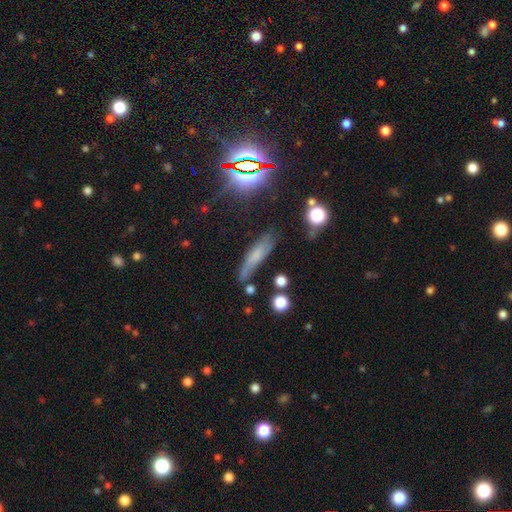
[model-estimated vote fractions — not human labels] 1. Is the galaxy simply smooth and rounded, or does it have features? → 55% smooth, 27% featured or disk, 17% star or artifact.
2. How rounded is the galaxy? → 71% cigar-shaped, 24% in between, 4% round.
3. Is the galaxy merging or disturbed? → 61% none, 25% minor disturbance, 8% major disturbance, 6% merger.